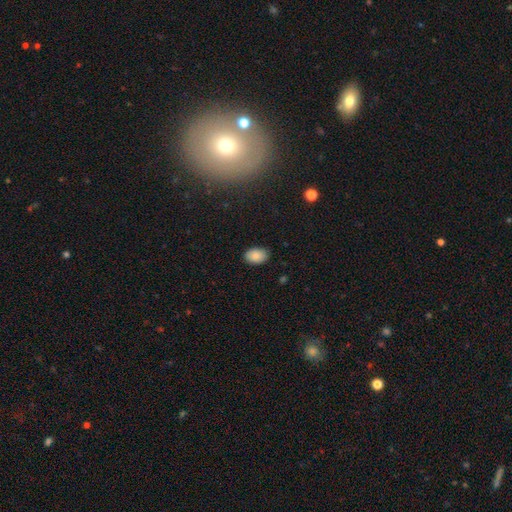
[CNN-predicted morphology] smooth-or-featured: smooth: 88% | star or artifact: 8% | featured or disk: 4%
  how-rounded: in between: 87% | round: 12% | cigar-shaped: 1%
  merging: none: 86% | minor disturbance: 11% | major disturbance: 2% | merger: 1%